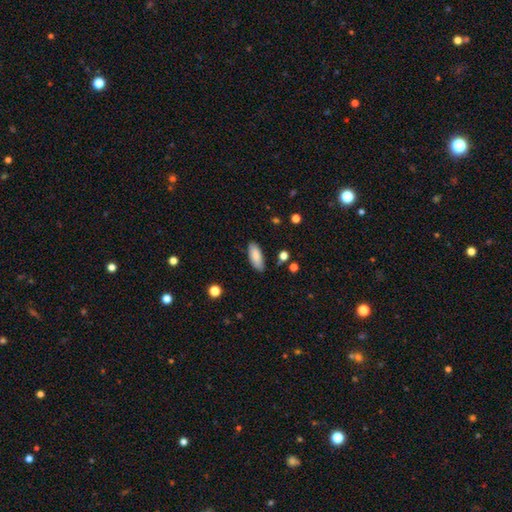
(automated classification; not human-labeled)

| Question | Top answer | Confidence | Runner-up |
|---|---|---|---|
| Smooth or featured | smooth | 87% | featured or disk (7%) |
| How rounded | in between | 80% | cigar-shaped (19%) |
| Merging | none | 84% | minor disturbance (12%) |